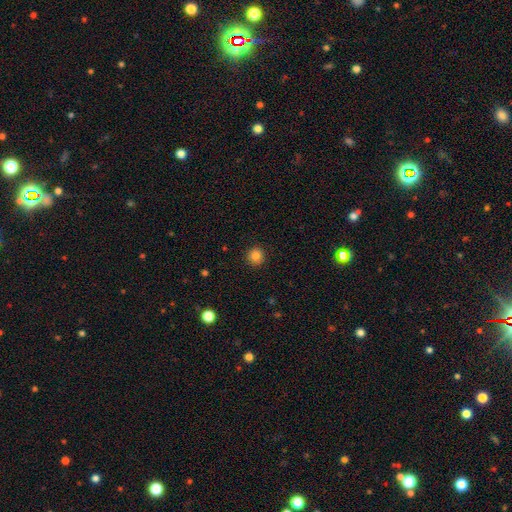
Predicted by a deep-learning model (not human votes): Smooth or featured: smooth — 84% (star or artifact — 12%)
How rounded: round — 92% (in between — 7%)
Merging: none — 92% (minor disturbance — 6%)